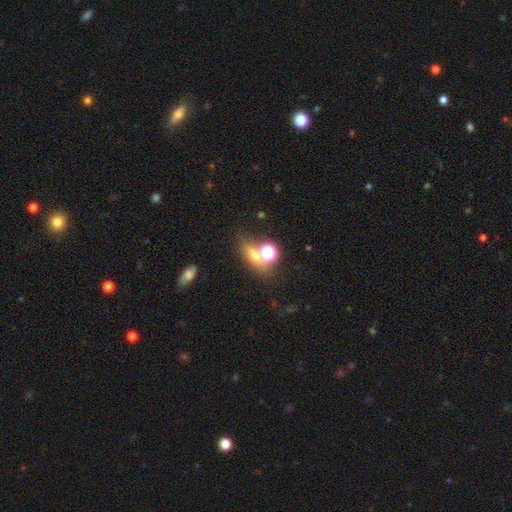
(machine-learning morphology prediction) smooth 56%, star or artifact 29%, featured or disk 15%. Down the decision tree: how rounded — in between (52%); merging — none (55%).